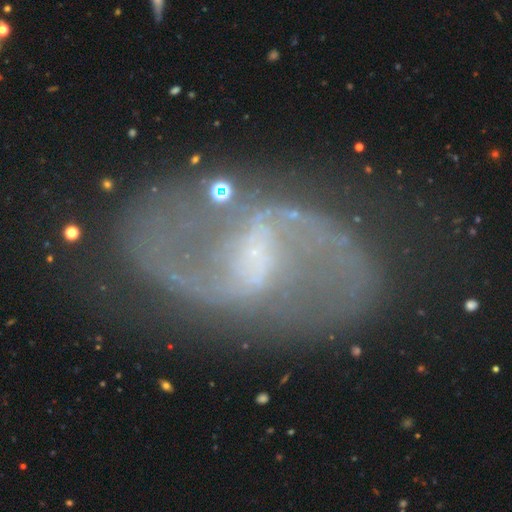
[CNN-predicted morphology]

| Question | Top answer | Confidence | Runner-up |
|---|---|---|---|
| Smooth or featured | featured or disk | 90% | star or artifact (6%) |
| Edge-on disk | no | 97% | yes (3%) |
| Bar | weak | 51% | strong (34%) |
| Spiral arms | yes | 95% | no (5%) |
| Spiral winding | loose | 56% | medium (36%) |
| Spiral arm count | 2 | 93% | can't tell (2%) |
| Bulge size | small | 52% | none (29%) |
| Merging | none | 74% | minor disturbance (14%) |